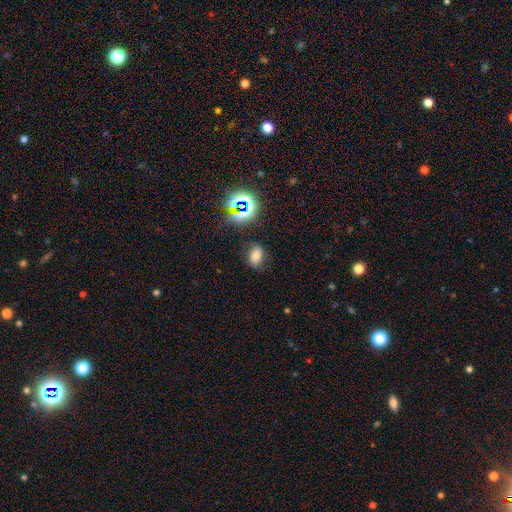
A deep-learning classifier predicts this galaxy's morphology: Smooth or featured? Predicted: smooth (p=0.64). How rounded? Predicted: in between (p=0.77). Merging? Predicted: none (p=0.78).